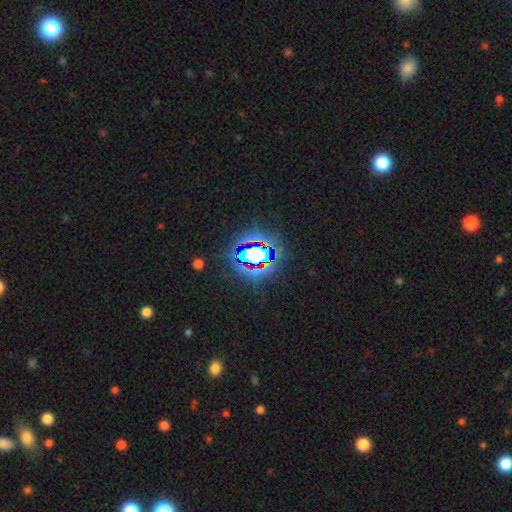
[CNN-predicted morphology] smooth-or-featured: star or artifact: 78% | smooth: 13% | featured or disk: 9%